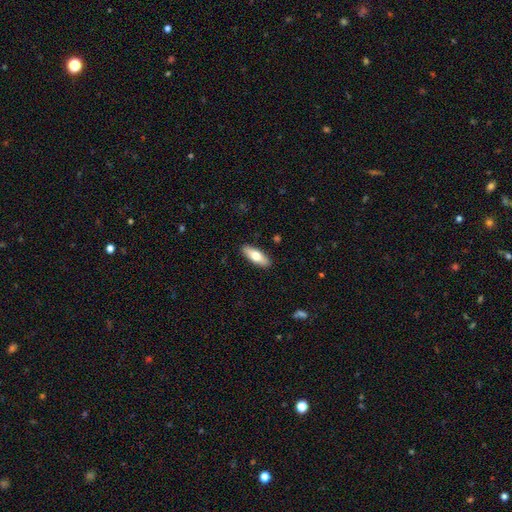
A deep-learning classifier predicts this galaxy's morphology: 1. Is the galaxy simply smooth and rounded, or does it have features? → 69% smooth, 26% featured or disk, 6% star or artifact.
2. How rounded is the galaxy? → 65% in between, 33% cigar-shaped, 2% round.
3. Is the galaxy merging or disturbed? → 90% none, 7% minor disturbance, 2% major disturbance, 1% merger.